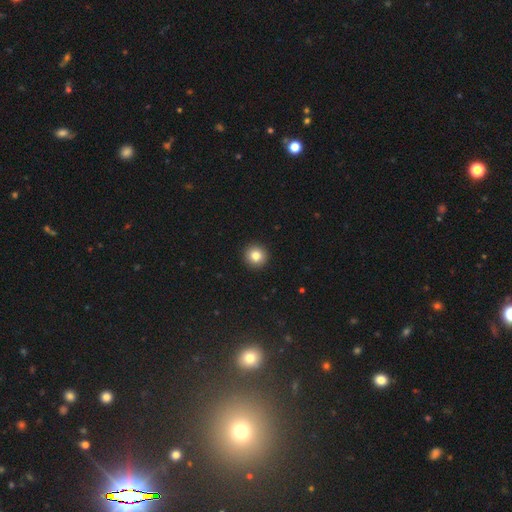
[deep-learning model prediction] A smooth galaxy with no disk features (82%) that is round (95%). Merging: none (94%).